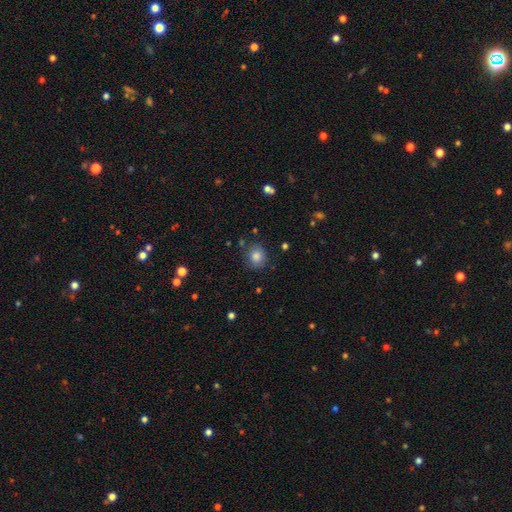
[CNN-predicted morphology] smooth 83%, star or artifact 11%, featured or disk 6%. Down the decision tree: how rounded — round (76%); merging — none (84%).